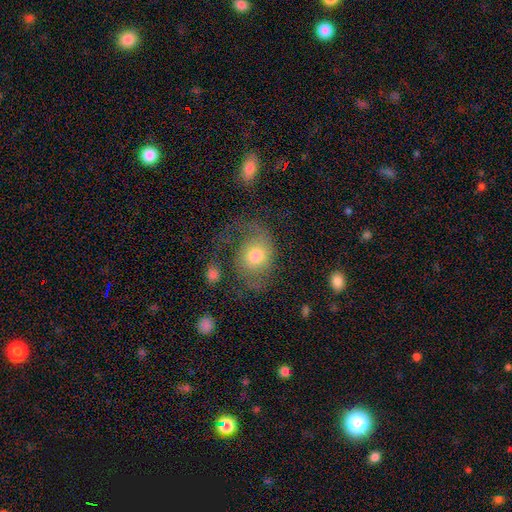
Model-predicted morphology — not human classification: Q: Smooth or featured?
A: featured or disk (50%); runner-up: smooth (41%)
Q: Edge-on disk?
A: no (97%); runner-up: yes (3%)
Q: Merging?
A: major disturbance (40%); runner-up: none (34%)